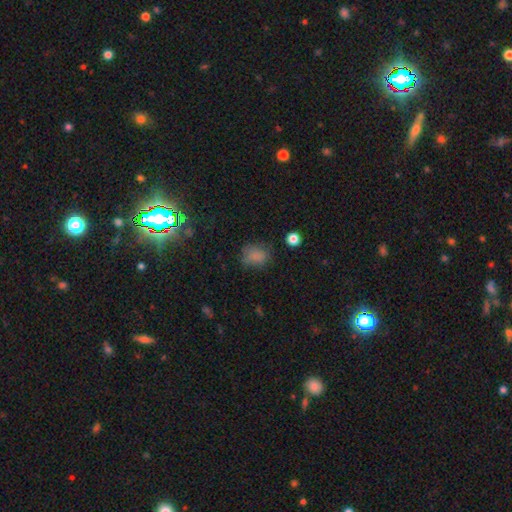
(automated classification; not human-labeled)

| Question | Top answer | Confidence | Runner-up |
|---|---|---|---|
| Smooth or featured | smooth | 78% | star or artifact (15%) |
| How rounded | round | 50% | in between (49%) |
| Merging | none | 62% | minor disturbance (24%) |